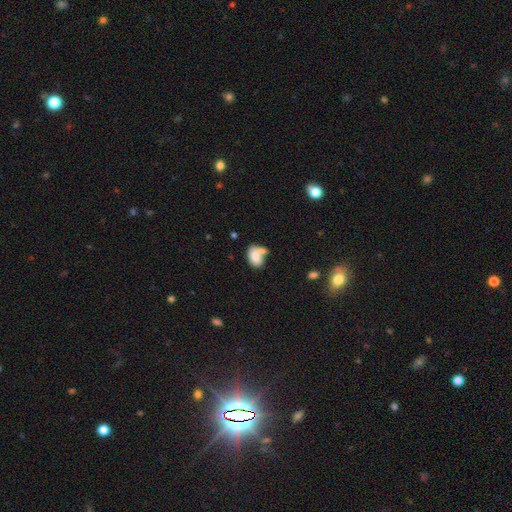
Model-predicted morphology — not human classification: smooth 77%, featured or disk 14%, star or artifact 9%. Down the decision tree: how rounded — in between (83%); merging — merger (44%).